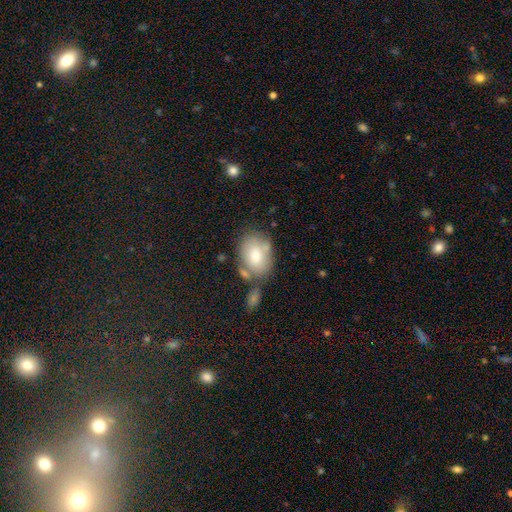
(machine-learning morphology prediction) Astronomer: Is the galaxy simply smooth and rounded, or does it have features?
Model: smooth — 73%.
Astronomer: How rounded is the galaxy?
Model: in between — 77%.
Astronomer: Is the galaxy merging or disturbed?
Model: none — 56%.